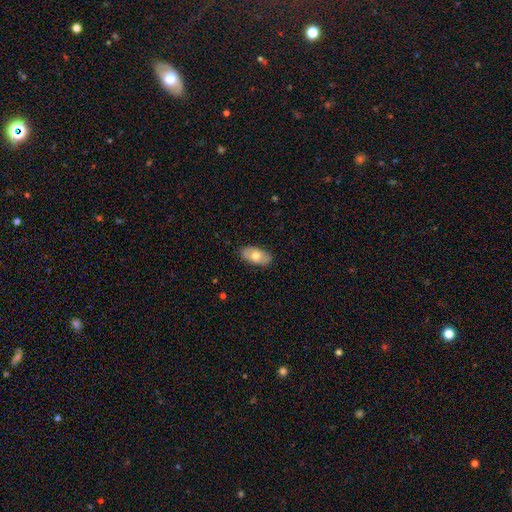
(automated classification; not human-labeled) Smooth or featured?
  - smooth: 71% *
  - featured or disk: 23%
  - star or artifact: 6%
How rounded?
  - in between: 93% *
  - round: 4%
  - cigar-shaped: 3%
Merging?
  - none: 87% *
  - minor disturbance: 10%
  - major disturbance: 2%
  - merger: 1%